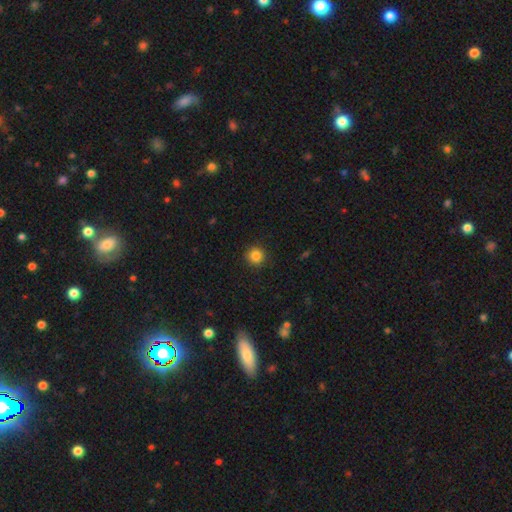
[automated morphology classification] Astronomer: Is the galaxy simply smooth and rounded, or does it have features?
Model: smooth — 84%.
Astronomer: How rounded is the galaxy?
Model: round — 94%.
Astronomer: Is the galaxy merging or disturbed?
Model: none — 91%.